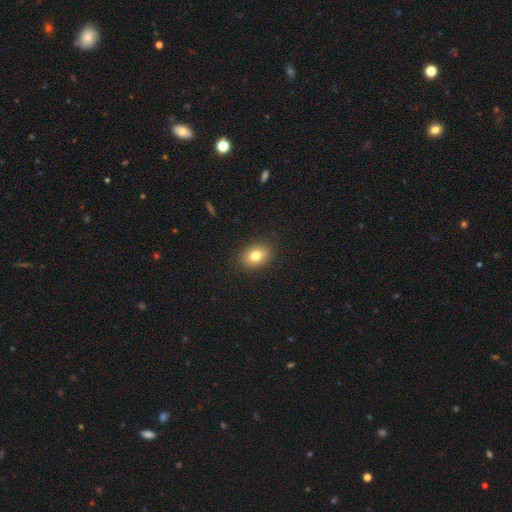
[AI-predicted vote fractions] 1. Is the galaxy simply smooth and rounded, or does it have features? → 80% smooth, 10% star or artifact, 10% featured or disk.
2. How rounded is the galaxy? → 67% in between, 32% round, 1% cigar-shaped.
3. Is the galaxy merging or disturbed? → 88% none, 9% minor disturbance, 2% major disturbance, 1% merger.